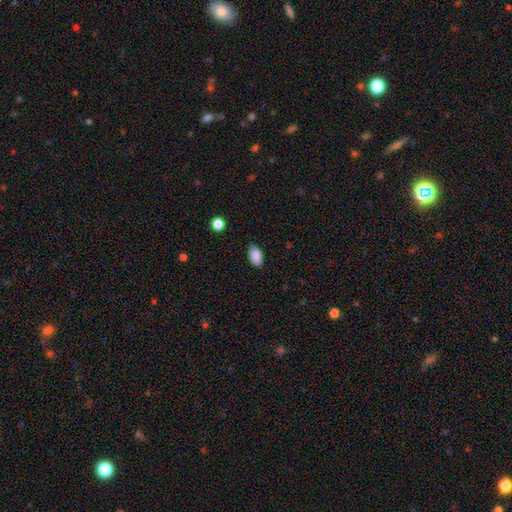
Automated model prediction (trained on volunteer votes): Q: Smooth or featured?
A: smooth (88%); runner-up: star or artifact (8%)
Q: How rounded?
A: in between (93%); runner-up: round (5%)
Q: Merging?
A: none (81%); runner-up: minor disturbance (16%)